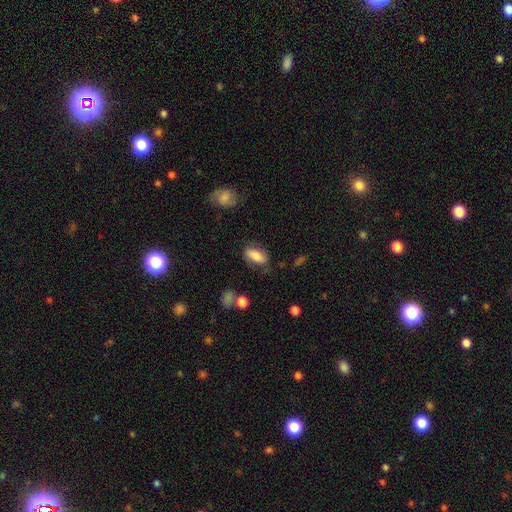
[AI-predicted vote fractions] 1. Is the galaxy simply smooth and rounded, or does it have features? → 79% smooth, 14% featured or disk, 7% star or artifact.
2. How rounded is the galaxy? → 87% in between, 9% cigar-shaped, 4% round.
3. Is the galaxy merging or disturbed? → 71% none, 20% minor disturbance, 7% major disturbance, 3% merger.